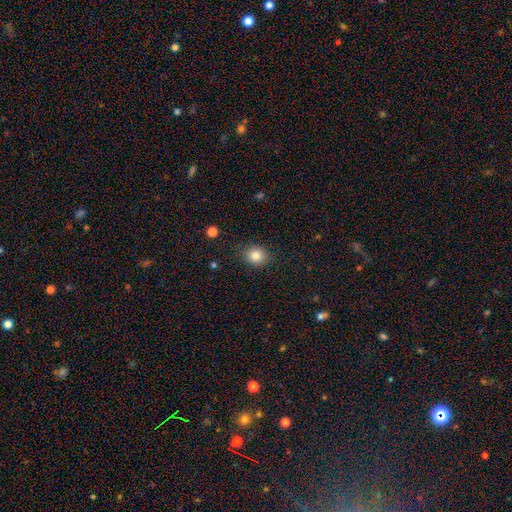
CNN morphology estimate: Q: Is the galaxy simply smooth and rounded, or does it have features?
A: smooth — 83%.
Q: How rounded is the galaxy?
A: round — 73%.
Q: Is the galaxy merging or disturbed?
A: none — 86%.